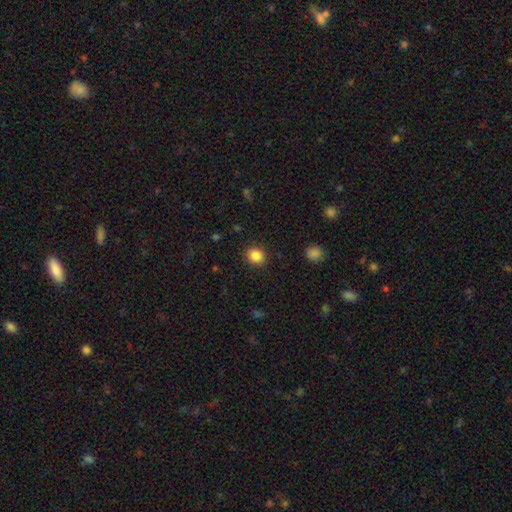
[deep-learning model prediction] smooth_or_featured: smooth (p=0.85) [alt: star or artifact p=0.10]
how_rounded: round (p=0.80) [alt: in between p=0.19]
merging: none (p=0.90) [alt: minor disturbance p=0.07]